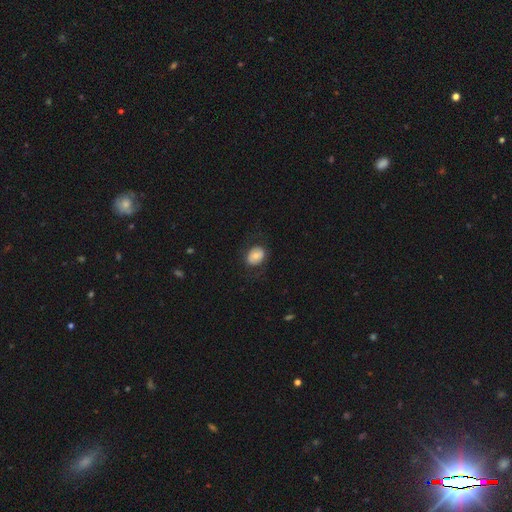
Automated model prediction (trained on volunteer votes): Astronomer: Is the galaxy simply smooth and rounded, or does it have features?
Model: smooth — 69%.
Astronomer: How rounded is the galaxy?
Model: in between — 62%.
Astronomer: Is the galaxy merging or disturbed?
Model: none — 75%.